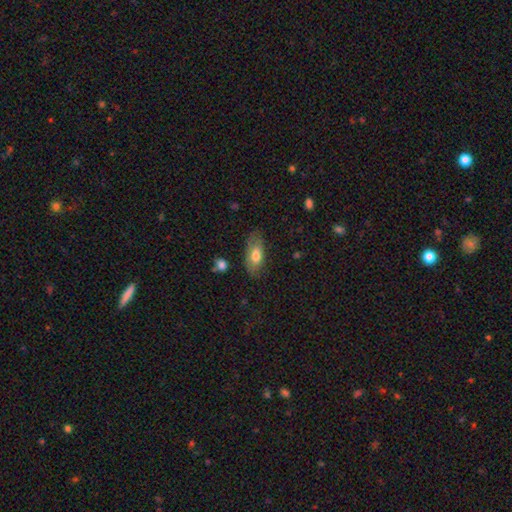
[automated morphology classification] A smooth galaxy with no disk features (74%) that is in between round and cigar-shaped (87%). Merging: none (71%).